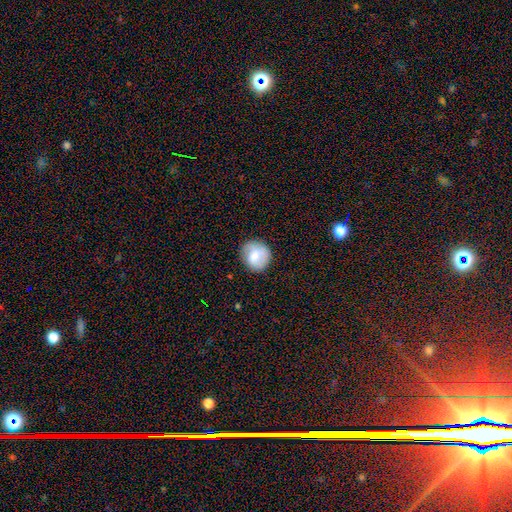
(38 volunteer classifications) This appears to be a smooth galaxy with no disk features (66%) that is round (92%). Merging: none (83%).